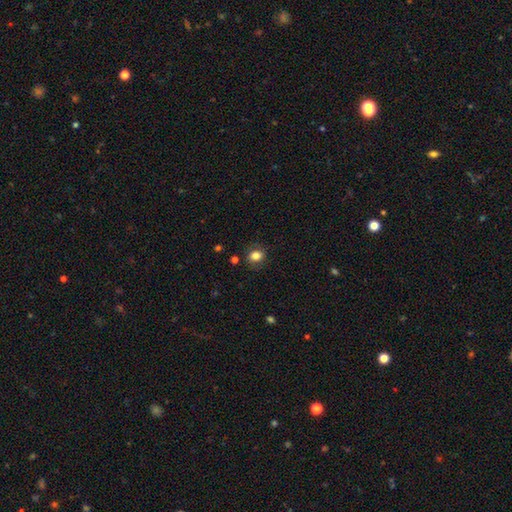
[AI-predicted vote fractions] The model was most divided on "how rounded": round: 59%, in between: 40%, cigar-shaped: 1%. More confident: merging — none (82%); smooth or featured — smooth (81%).